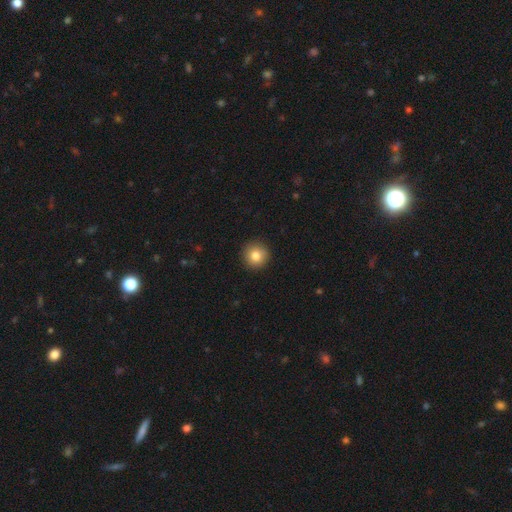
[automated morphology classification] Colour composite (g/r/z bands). It shows a smooth galaxy with no disk features (82%) that is round (95%). Merging: none (92%).